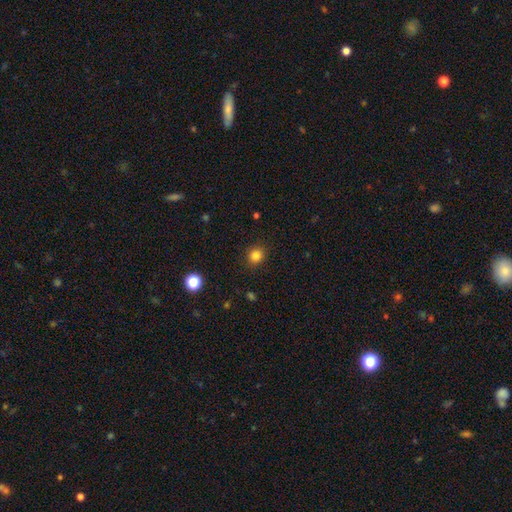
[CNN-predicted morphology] The model was most divided on "smooth or featured": smooth: 83%, star or artifact: 12%, featured or disk: 5%. More confident: merging — none (90%); how rounded — round (85%).